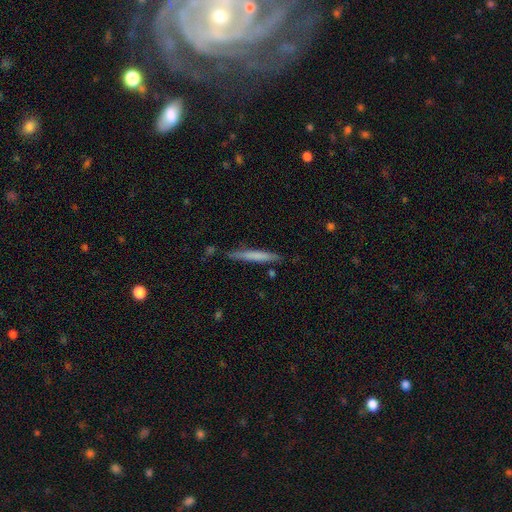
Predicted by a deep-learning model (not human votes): Overall: smooth (64%; featured or disk 31%). How rounded: cigar-shaped (96%). Merging: none (82%).